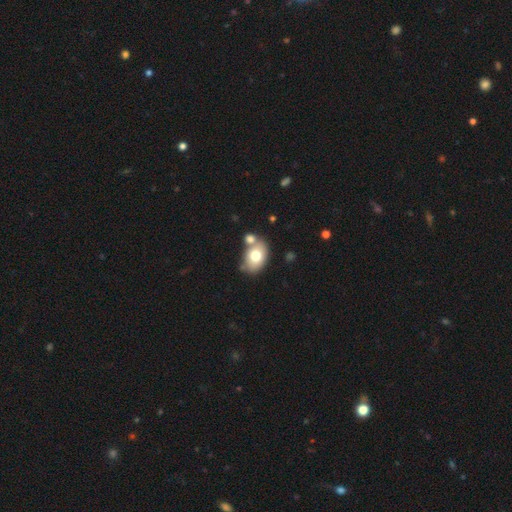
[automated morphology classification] Smooth or featured? Predicted: smooth (p=0.72). How rounded? Predicted: in between (p=0.80). Merging? Predicted: none (p=0.53).